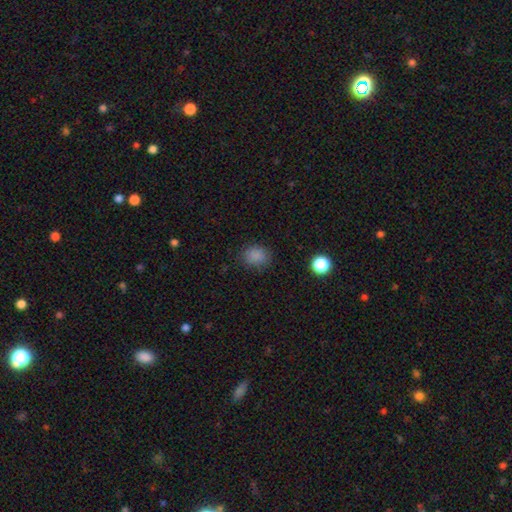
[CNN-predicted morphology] This is clearly a smooth galaxy (83%). How rounded: likely round (66%). Merging: clearly none (81%).